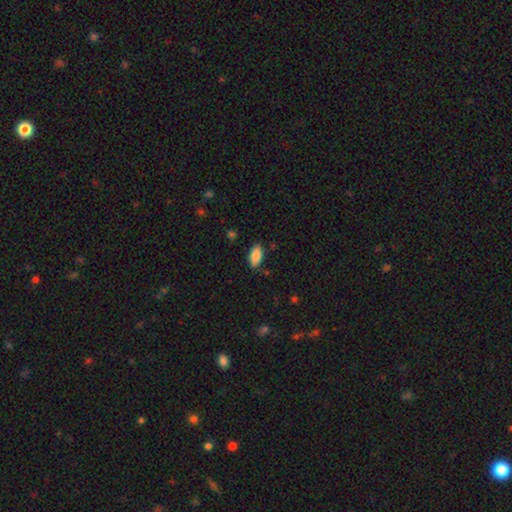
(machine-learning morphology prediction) Smooth or featured?
  - smooth: 86% *
  - featured or disk: 7%
  - star or artifact: 7%
How rounded?
  - in between: 90% *
  - cigar-shaped: 8%
  - round: 2%
Merging?
  - none: 85% *
  - minor disturbance: 11%
  - major disturbance: 2%
  - merger: 2%